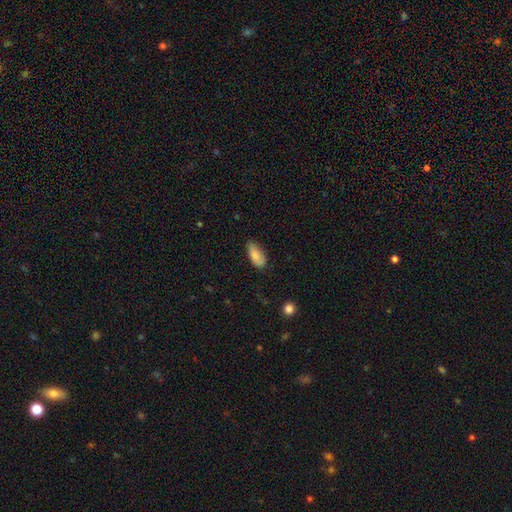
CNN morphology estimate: Overall: smooth (81%). How rounded: in between (90%). Merging: none (70%).